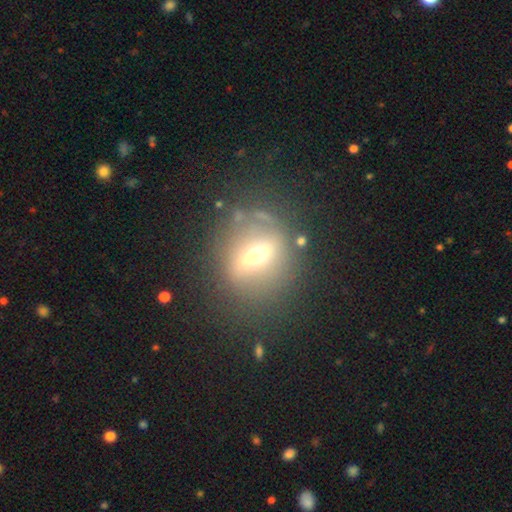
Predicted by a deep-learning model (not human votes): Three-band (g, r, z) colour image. It shows a featured or disk galaxy (59%). Merging: none (73%).